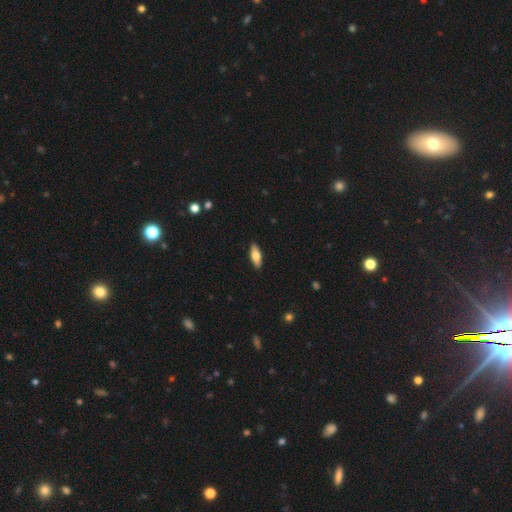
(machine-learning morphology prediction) Overall: smooth (70%). How rounded: in between (71%). Merging: none (90%).